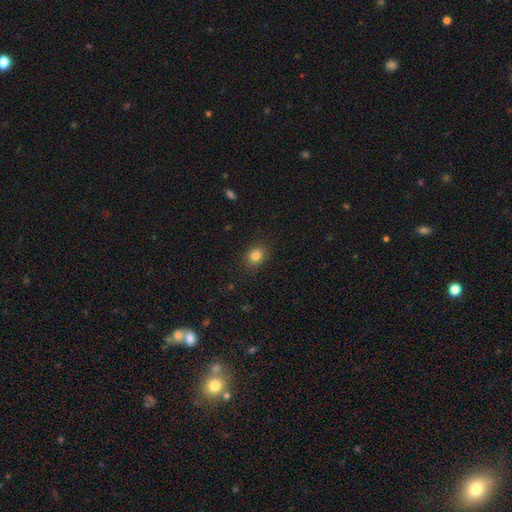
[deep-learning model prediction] Smooth or featured? Predicted: smooth (p=0.83). How rounded? Predicted: round (p=0.55). Merging? Predicted: none (p=0.87).